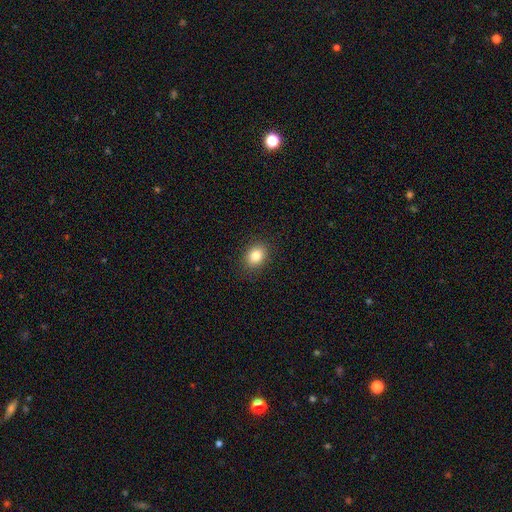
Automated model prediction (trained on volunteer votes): Overall: smooth (83%). How rounded: in between (54%; round 45%). Merging: none (89%).